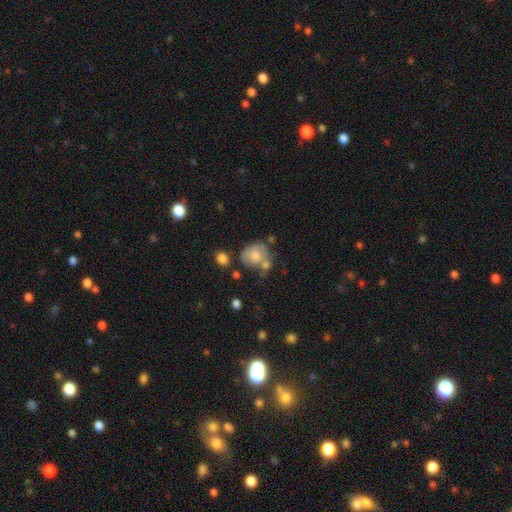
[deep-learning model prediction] This is likely a smooth galaxy (68%). How rounded: possibly round (59%). Merging: marginally none (38%).